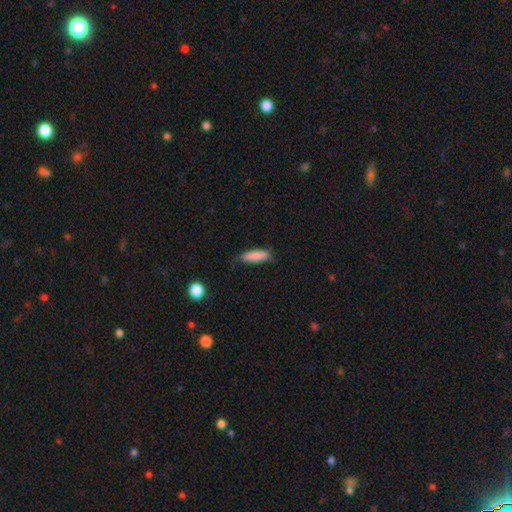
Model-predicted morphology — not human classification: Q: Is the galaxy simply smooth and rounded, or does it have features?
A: smooth — 87%.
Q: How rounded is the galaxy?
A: cigar-shaped — 54%.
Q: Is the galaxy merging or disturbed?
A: none — 76%.